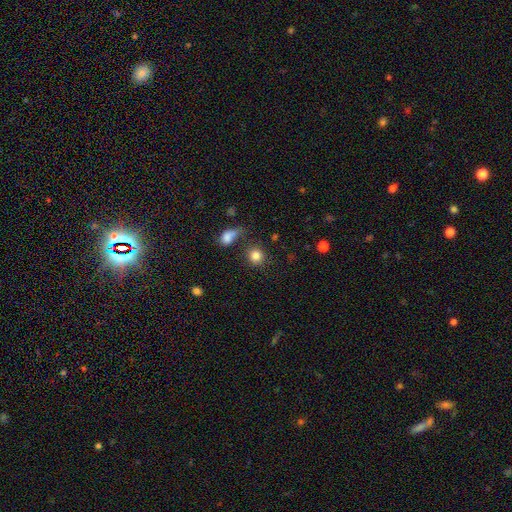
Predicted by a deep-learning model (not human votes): Smooth or featured? Predicted: smooth (p=0.83). How rounded? Predicted: round (p=0.87). Merging? Predicted: none (p=0.75).